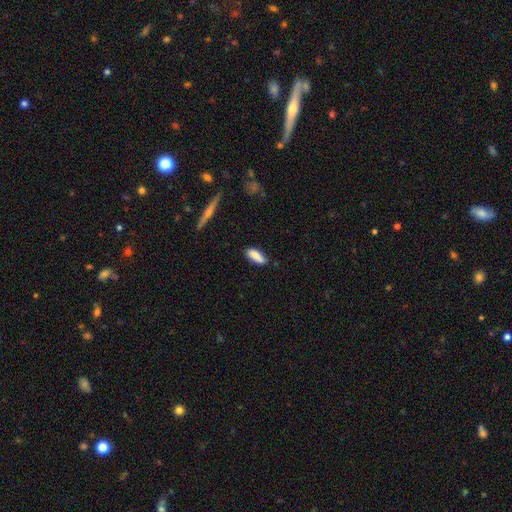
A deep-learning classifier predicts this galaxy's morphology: Smooth or featured?
  - smooth: 85% *
  - featured or disk: 8%
  - star or artifact: 7%
How rounded?
  - in between: 63% *
  - cigar-shaped: 35%
  - round: 2%
Merging?
  - none: 77% *
  - minor disturbance: 17%
  - major disturbance: 3%
  - merger: 3%